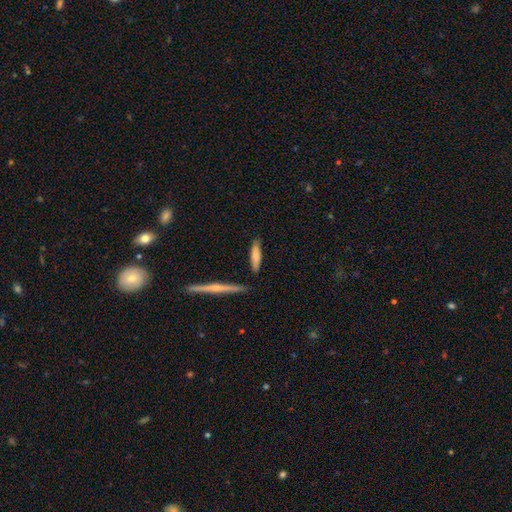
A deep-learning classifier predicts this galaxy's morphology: Smooth or featured? smooth (72%)
How rounded? cigar-shaped (75%)
Merging? none (79%)